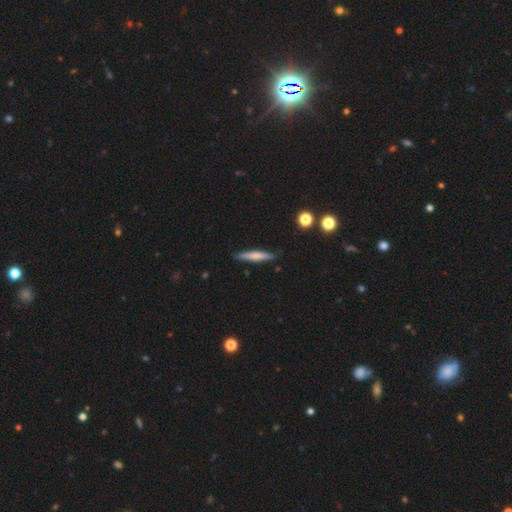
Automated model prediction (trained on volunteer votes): Smooth or featured: smooth — 57% (featured or disk — 36%)
How rounded: cigar-shaped — 93% (in between — 5%)
Merging: none — 88% (minor disturbance — 9%)